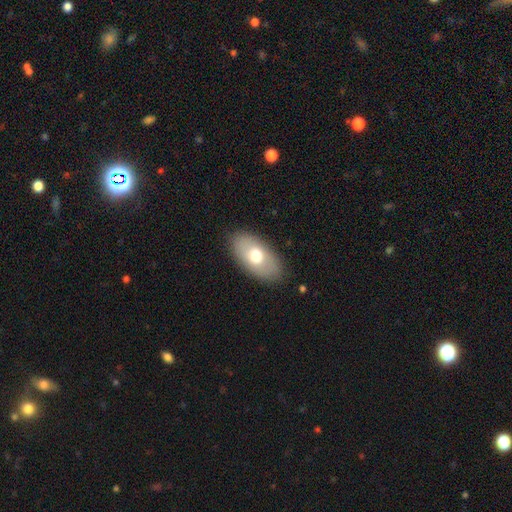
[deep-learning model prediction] This is likely a smooth galaxy (67%). How rounded: clearly in between (93%). Merging: clearly none (86%).